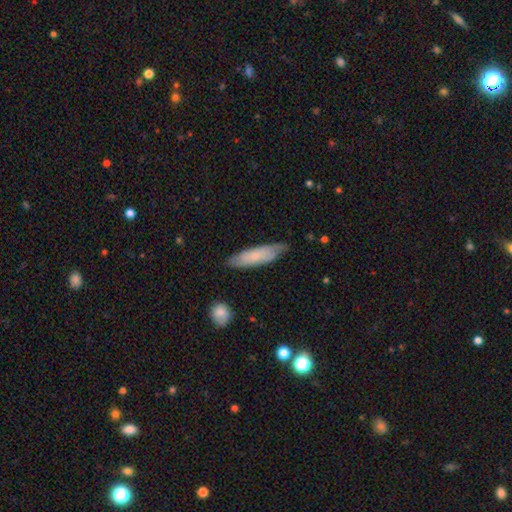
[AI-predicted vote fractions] Smooth or featured: smooth — 63% (featured or disk — 31%)
How rounded: cigar-shaped — 61% (in between — 37%)
Merging: none — 75% (minor disturbance — 20%)